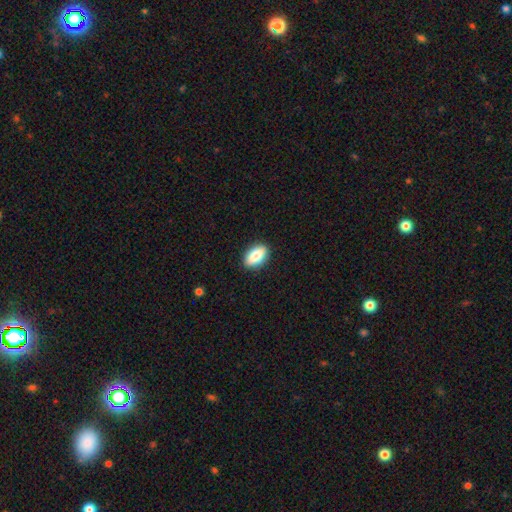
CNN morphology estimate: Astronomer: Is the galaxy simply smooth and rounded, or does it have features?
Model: smooth — 83%.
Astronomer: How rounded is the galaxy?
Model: in between — 91%.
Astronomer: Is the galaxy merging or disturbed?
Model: none — 90%.